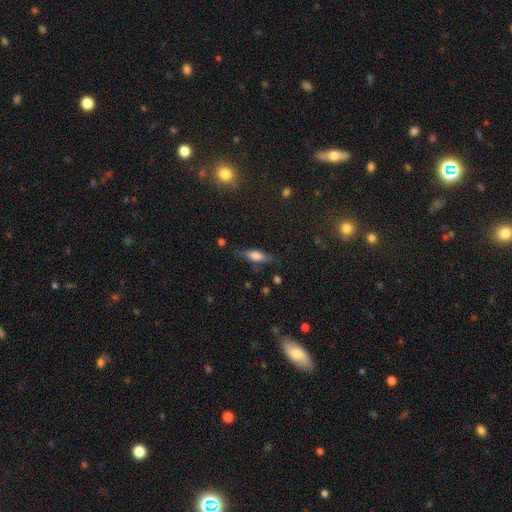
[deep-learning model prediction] Morphology: type=smooth (66%); roundness=in between (55%); merging=none (73%).